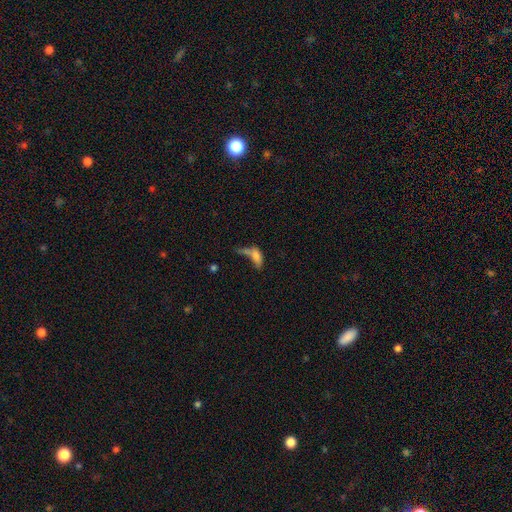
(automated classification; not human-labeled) Q: Smooth or featured?
A: smooth (67%); runner-up: featured or disk (21%)
Q: How rounded?
A: in between (80%); runner-up: cigar-shaped (14%)
Q: Merging?
A: merger (41%); runner-up: major disturbance (24%)